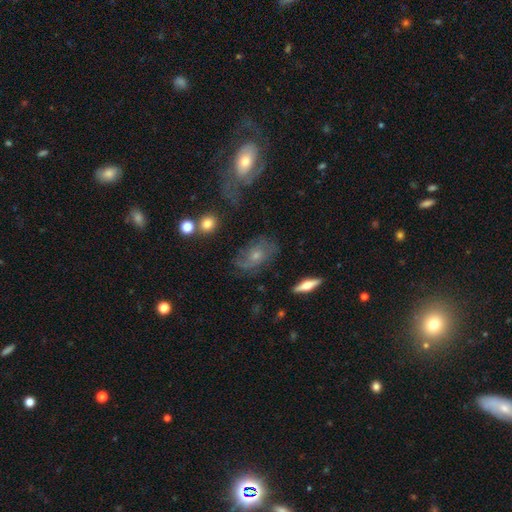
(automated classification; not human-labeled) smooth-or-featured: featured or disk: 60% | smooth: 29% | star or artifact: 11%
  disk-edge-on: no: 91% | yes: 9%
    bar: no: 78% | weak: 19% | strong: 3%
    has-spiral-arms: yes: 79% | no: 21%
    bulge-size: small: 50% | moderate: 42% | none: 4% | large: 3% | dominant: 1%
  merging: none: 58% | minor disturbance: 24% | major disturbance: 15% | merger: 3%